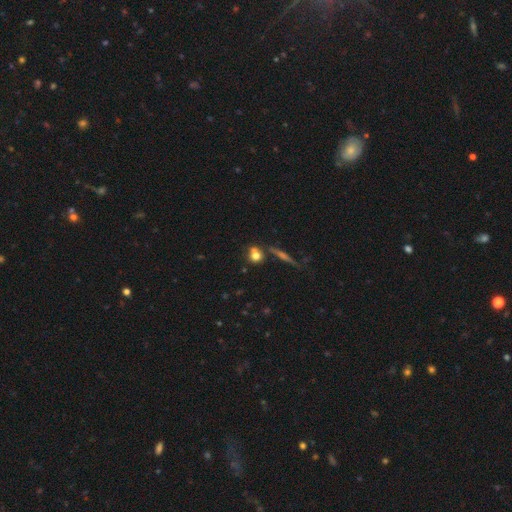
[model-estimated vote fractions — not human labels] Smooth or featured? Predicted: smooth (p=0.71). How rounded? Predicted: round (p=0.78). Merging? Predicted: none (p=0.59).